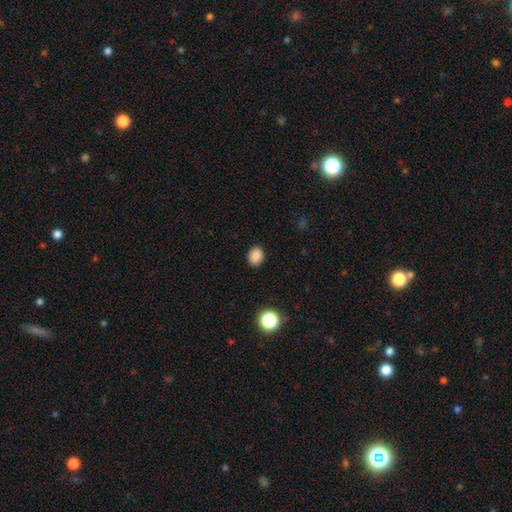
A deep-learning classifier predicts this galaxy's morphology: Smooth or featured? Predicted: smooth (p=0.86). How rounded? Predicted: round (p=0.56). Merging? Predicted: none (p=0.88).